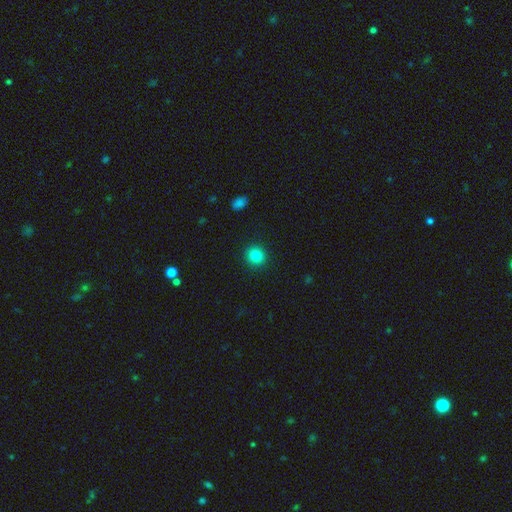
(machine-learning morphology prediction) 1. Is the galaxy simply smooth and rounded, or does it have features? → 84% smooth, 11% star or artifact, 5% featured or disk.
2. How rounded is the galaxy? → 89% round, 10% in between, 1% cigar-shaped.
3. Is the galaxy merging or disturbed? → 92% none, 5% minor disturbance, 2% major disturbance, 1% merger.